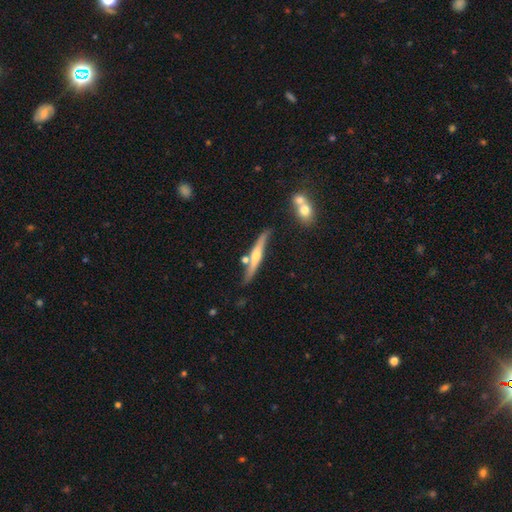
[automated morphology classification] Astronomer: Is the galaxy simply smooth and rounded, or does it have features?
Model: featured or disk — 68%.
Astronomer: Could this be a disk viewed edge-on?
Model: yes — 91%.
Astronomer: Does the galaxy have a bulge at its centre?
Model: rounded — 88%.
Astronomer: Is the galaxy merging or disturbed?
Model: none — 70%.